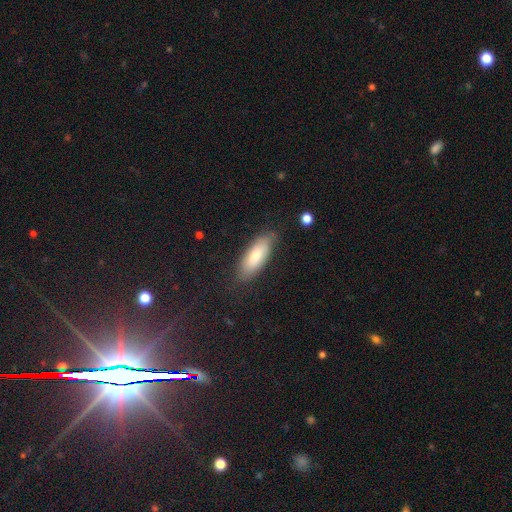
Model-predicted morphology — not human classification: A smooth galaxy with no disk features (76%) that is in between round and cigar-shaped (71%).

Vote fractions:
- Smooth or featured? smooth: 76% / featured or disk: 18% / star or artifact: 6%
- How rounded? in between: 71% / cigar-shaped: 27% / round: 2%
- Merging? none: 79% / minor disturbance: 16% / major disturbance: 4% / merger: 2%